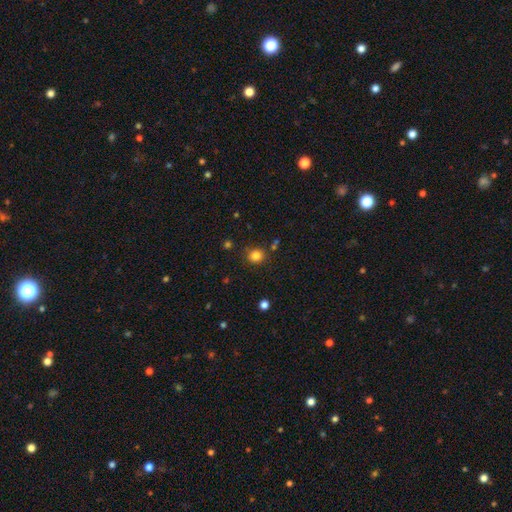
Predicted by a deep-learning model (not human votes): The model was most divided on "how rounded": round: 83%, in between: 16%, cigar-shaped: 1%. More confident: merging — none (83%); smooth or featured — smooth (83%).